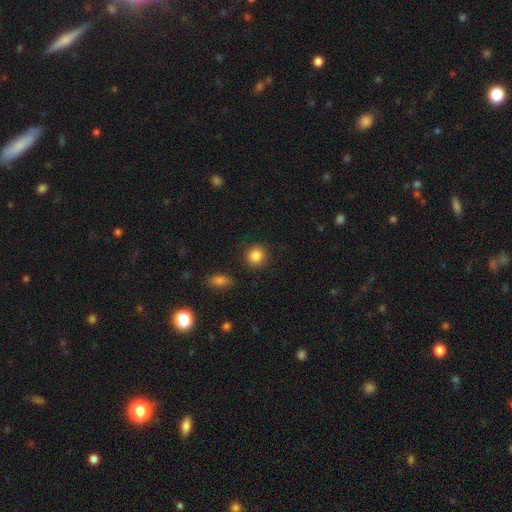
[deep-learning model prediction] This appears to be a smooth galaxy with no disk features (86%) that is round (90%). Merging: none (89%).